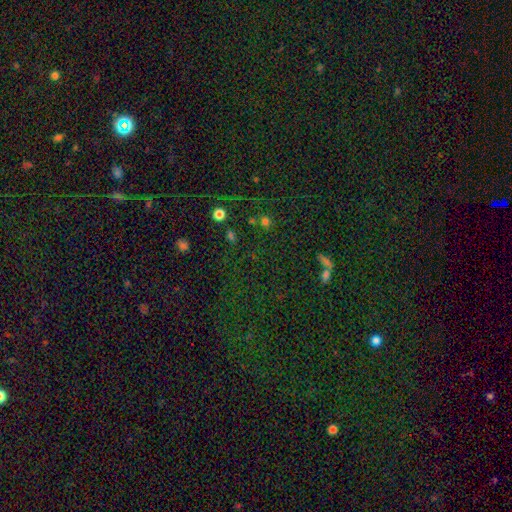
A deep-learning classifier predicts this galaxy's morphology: Smooth or featured? Predicted: star or artifact (p=0.70).